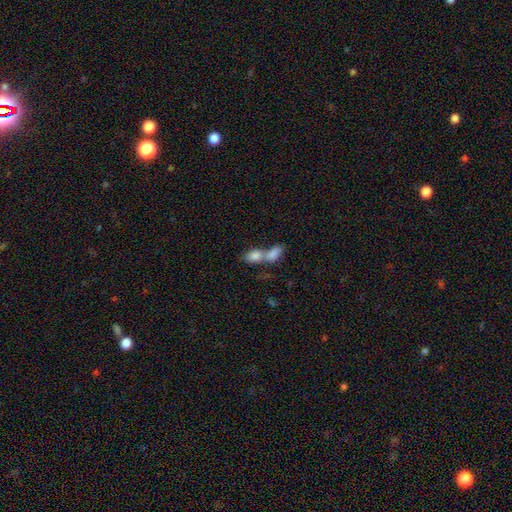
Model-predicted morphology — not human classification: Smooth or featured: smooth — 81% (featured or disk — 11%)
How rounded: in between — 83% (round — 12%)
Merging: merger — 74% (none — 17%)